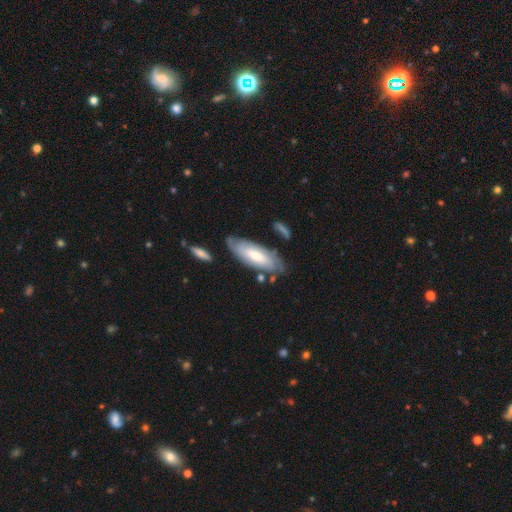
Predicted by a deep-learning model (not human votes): Smooth or featured: smooth — 54% (featured or disk — 40%)
How rounded: in between — 67% (cigar-shaped — 31%)
Merging: none — 73% (minor disturbance — 18%)